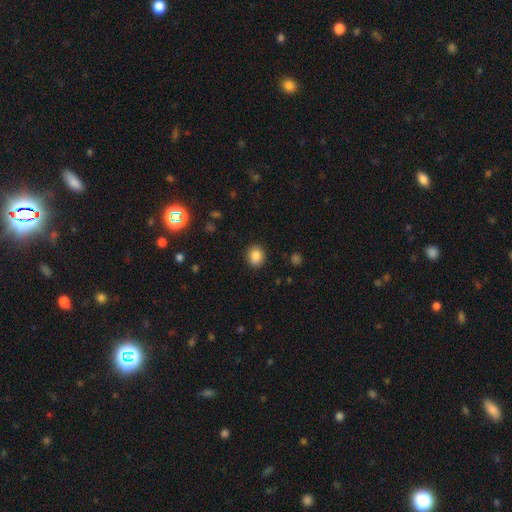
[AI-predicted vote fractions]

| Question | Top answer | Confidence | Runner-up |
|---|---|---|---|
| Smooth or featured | smooth | 86% | star or artifact (10%) |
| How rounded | round | 59% | in between (40%) |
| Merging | none | 89% | minor disturbance (8%) |